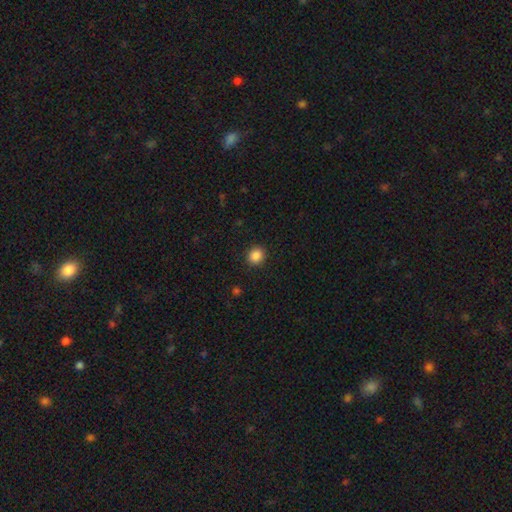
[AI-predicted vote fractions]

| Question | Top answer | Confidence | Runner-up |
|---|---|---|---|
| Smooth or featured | smooth | 87% | star or artifact (10%) |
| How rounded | round | 84% | in between (15%) |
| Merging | none | 91% | minor disturbance (6%) |